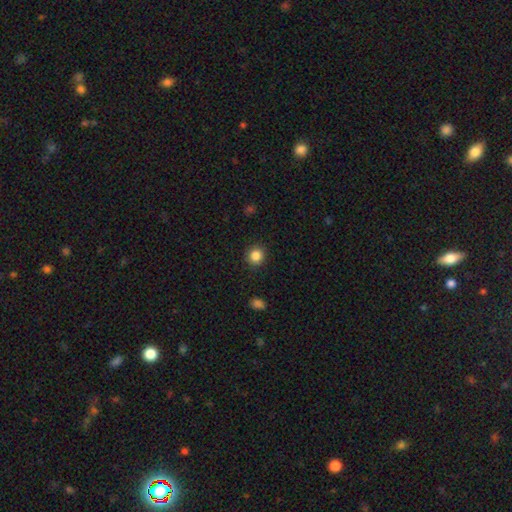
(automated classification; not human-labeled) smooth_or_featured: smooth (p=0.85) [alt: star or artifact p=0.11]
how_rounded: round (p=0.90) [alt: in between p=0.09]
merging: none (p=0.91) [alt: minor disturbance p=0.06]